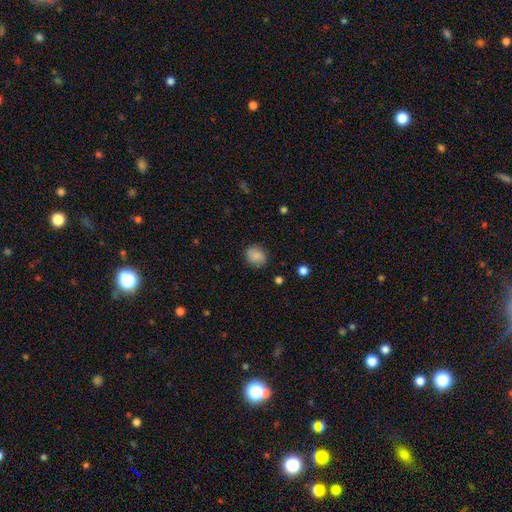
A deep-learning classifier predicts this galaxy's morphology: type=smooth (87%); roundness=round (56%); merging=none (86%).